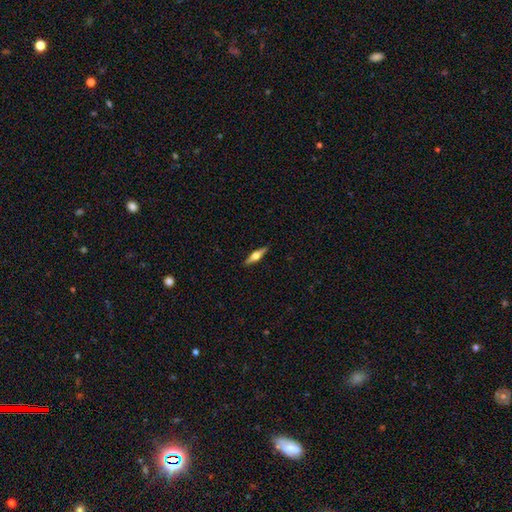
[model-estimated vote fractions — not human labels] The model was most divided on "smooth or featured": featured or disk: 63%, smooth: 31%, star or artifact: 6%. More confident: edge-on disk — yes (96%); edge-on bulge — rounded (94%); merging — none (90%).